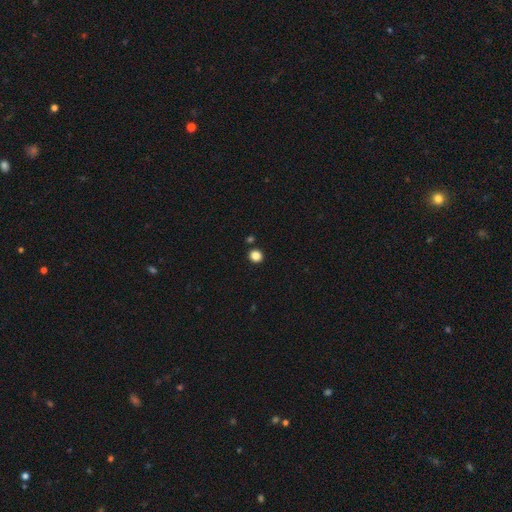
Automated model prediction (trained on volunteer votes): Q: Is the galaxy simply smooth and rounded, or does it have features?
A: smooth — 85%.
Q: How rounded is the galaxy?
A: round — 87%.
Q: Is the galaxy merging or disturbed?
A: none — 89%.